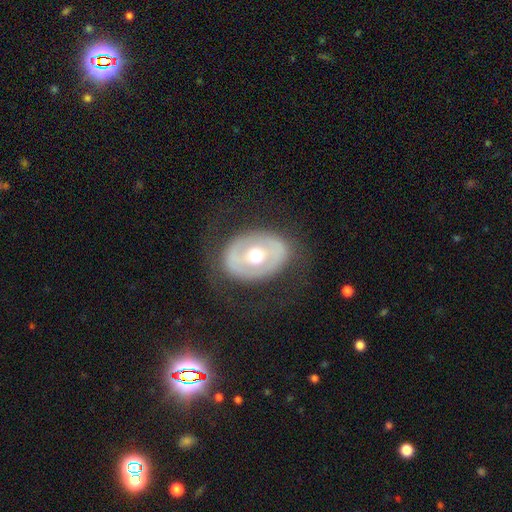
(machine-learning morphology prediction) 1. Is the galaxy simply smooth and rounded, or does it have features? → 58% featured or disk, 35% smooth, 6% star or artifact.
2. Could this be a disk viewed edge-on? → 93% no, 7% yes.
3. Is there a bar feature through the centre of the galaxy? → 72% no, 17% weak, 11% strong.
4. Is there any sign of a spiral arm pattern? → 82% no, 18% yes.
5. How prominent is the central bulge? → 75% moderate, 13% small, 10% large, 1% dominant, 1% none.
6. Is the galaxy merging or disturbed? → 69% none, 16% minor disturbance, 13% major disturbance, 1% merger.